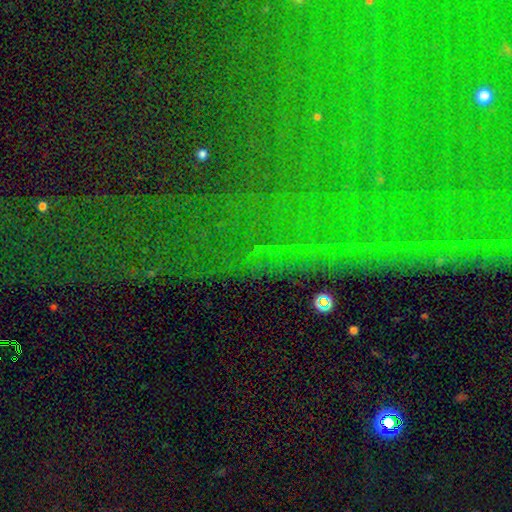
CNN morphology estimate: Overall: star or artifact (82%).